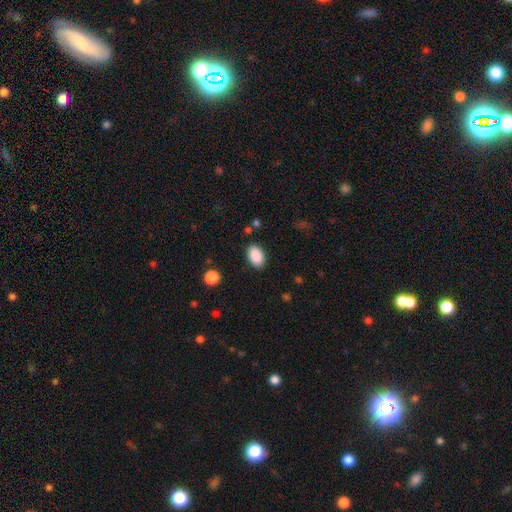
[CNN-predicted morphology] Smooth or featured? smooth (90%)
How rounded? in between (91%)
Merging? none (86%)